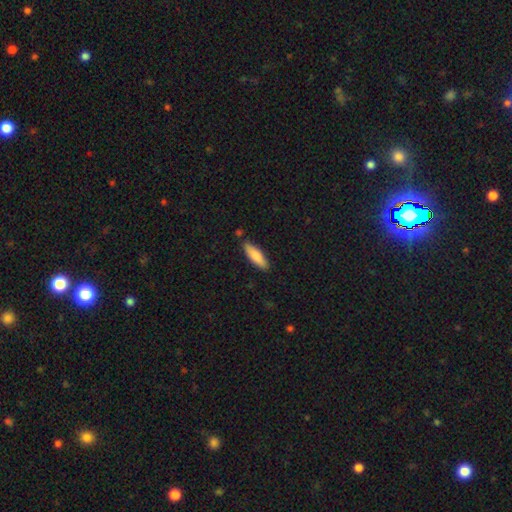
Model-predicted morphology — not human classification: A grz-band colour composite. It shows a smooth galaxy with no disk features (81%) that is in between round and cigar-shaped (49%, tied with cigar-shaped). Merging: none (84%).